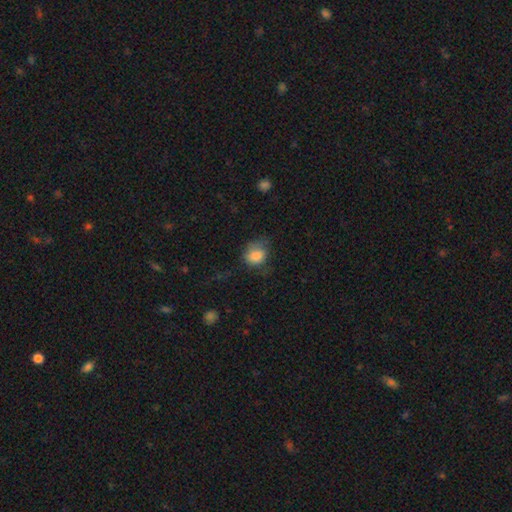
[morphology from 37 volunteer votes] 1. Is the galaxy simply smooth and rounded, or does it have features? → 92% smooth, 5% star or artifact, 3% featured or disk.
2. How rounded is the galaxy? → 62% round, 38% in between, 0% cigar-shaped.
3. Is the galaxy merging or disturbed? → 49% none, 43% minor disturbance, 9% major disturbance, 0% merger.